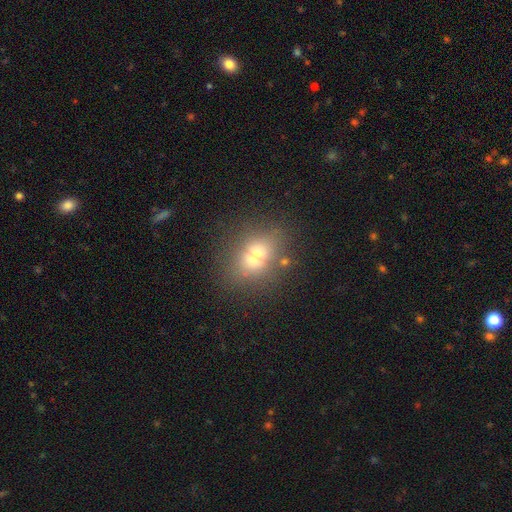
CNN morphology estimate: Smooth or featured? smooth (63%)
How rounded? in between (59%)
Merging? none (58%)